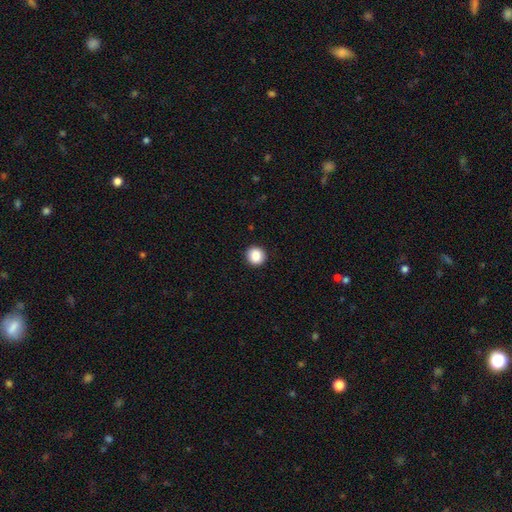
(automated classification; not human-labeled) Morphology: type=smooth (87%); roundness=round (93%); merging=none (93%).